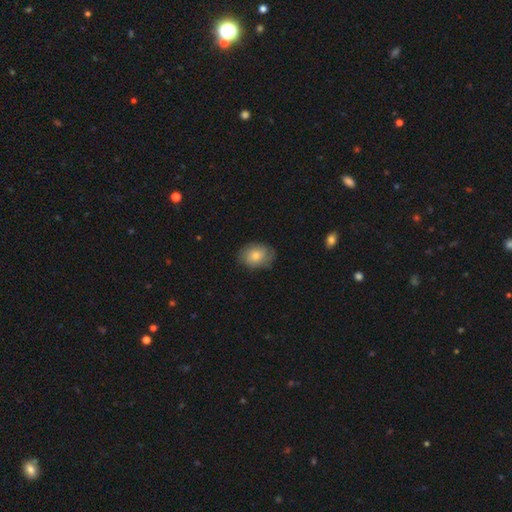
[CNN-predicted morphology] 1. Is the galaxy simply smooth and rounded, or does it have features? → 73% smooth, 20% featured or disk, 7% star or artifact.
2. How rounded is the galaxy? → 64% in between, 35% round, 1% cigar-shaped.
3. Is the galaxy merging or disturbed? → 71% none, 22% minor disturbance, 6% major disturbance, 1% merger.